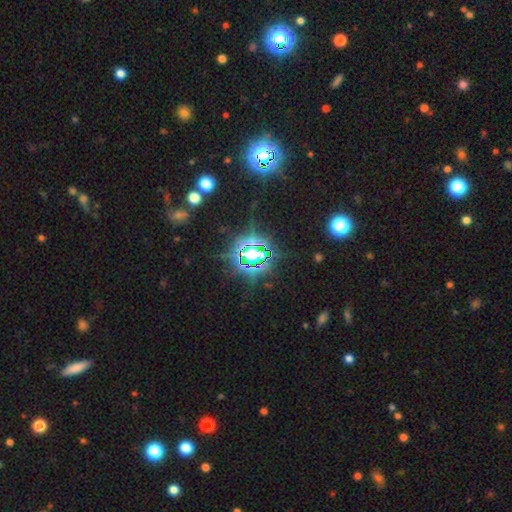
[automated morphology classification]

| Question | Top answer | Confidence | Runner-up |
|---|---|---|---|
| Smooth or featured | star or artifact | 79% | smooth (13%) |